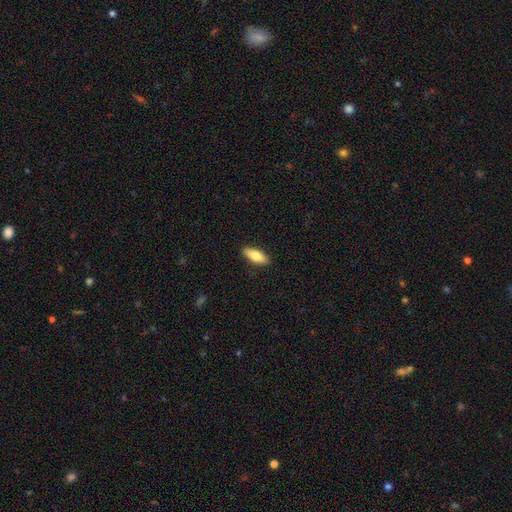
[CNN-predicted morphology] Smooth or featured? Predicted: smooth (p=0.77). How rounded? Predicted: in between (p=0.71). Merging? Predicted: none (p=0.90).